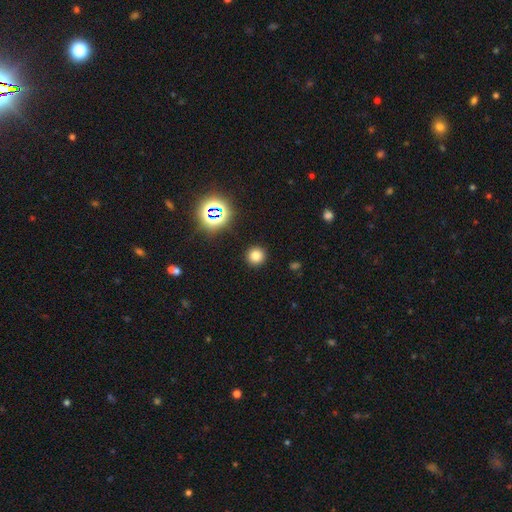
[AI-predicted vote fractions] Smooth or featured? Predicted: smooth (p=0.76). How rounded? Predicted: round (p=0.94). Merging? Predicted: none (p=0.91).